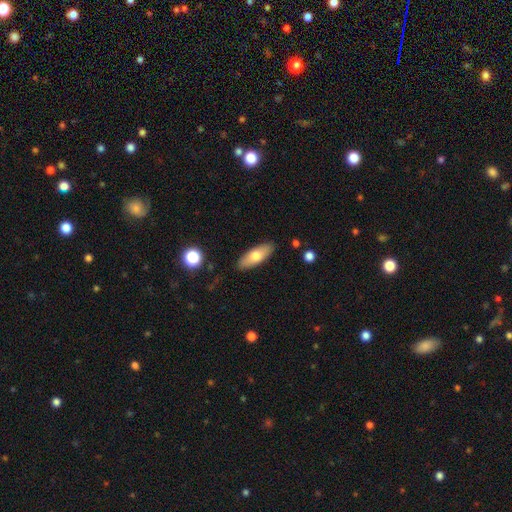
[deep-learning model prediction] A smooth galaxy with no disk features (69%) that is in between round and cigar-shaped (70%). Merging: none (87%).